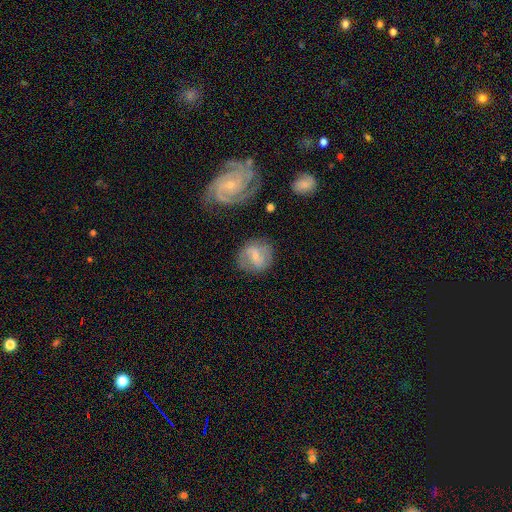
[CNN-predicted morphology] A featured or disk galaxy (58%) with a weak bar (52%), spiral arms (85%) and a small central bulge (61%).

Vote fractions:
- Smooth or featured? featured or disk: 58% / smooth: 34% / star or artifact: 7%
- Edge-on disk? no: 96% / yes: 4%
- Bar? weak: 52% / no: 25% / strong: 23%
- Spiral arms? yes: 85% / no: 15%
- Bulge size? small: 61% / moderate: 29% / none: 7% / large: 2% / dominant: 1%
- Merging? none: 72% / minor disturbance: 17% / major disturbance: 7% / merger: 4%